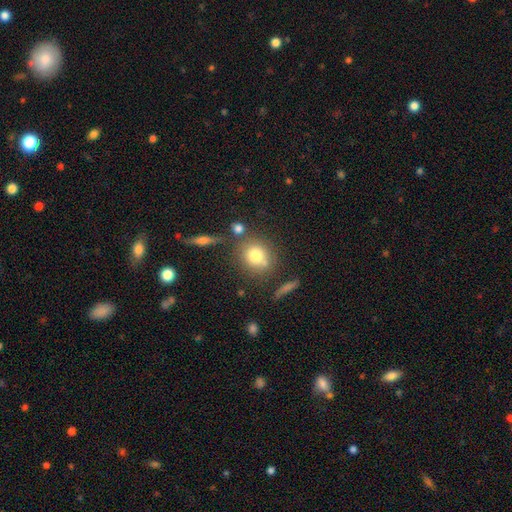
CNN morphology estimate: This is likely a smooth galaxy (76%). How rounded: likely round (77%). Merging: likely none (67%).